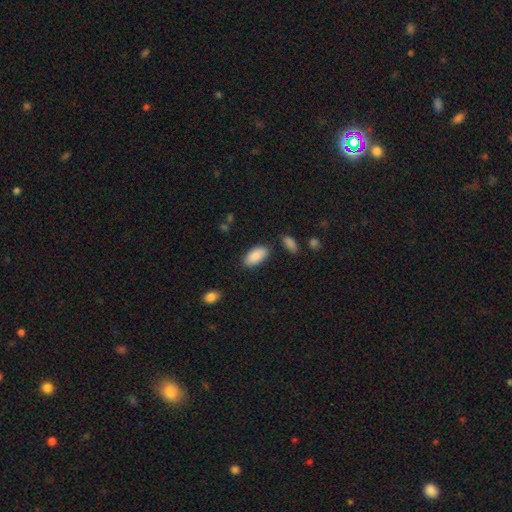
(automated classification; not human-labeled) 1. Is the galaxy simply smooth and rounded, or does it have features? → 89% smooth, 6% star or artifact, 5% featured or disk.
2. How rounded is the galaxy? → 93% in between, 5% cigar-shaped, 2% round.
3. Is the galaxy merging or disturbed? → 82% none, 11% minor disturbance, 4% merger, 3% major disturbance.